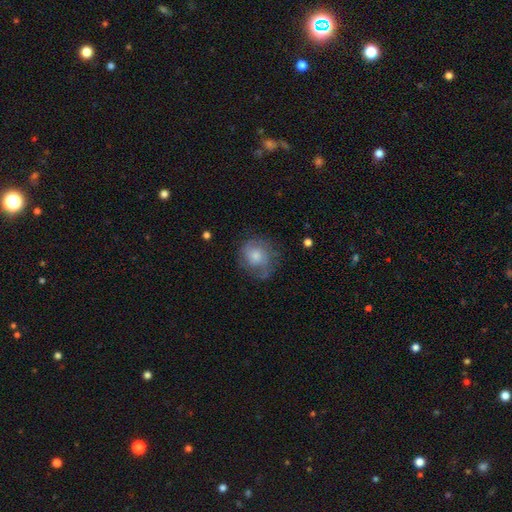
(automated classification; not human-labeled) smooth-or-featured: featured or disk: 45% (tied) | smooth: 45% (tied) | star or artifact: 10%
  merging: none: 67% | minor disturbance: 21% | major disturbance: 11% | merger: 1%